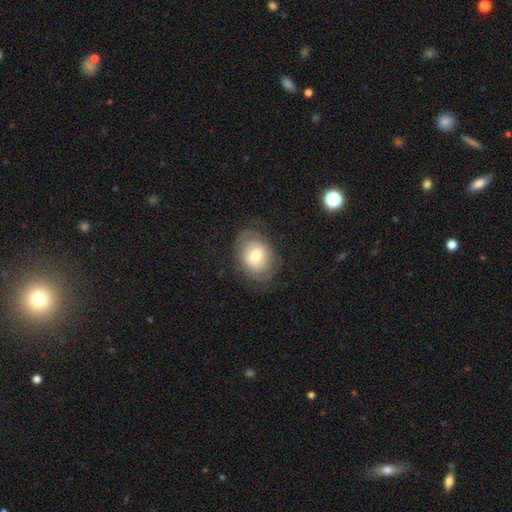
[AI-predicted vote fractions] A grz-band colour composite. It shows a smooth galaxy with no disk features (54%) that is in between round and cigar-shaped (54%). Merging: none (74%).